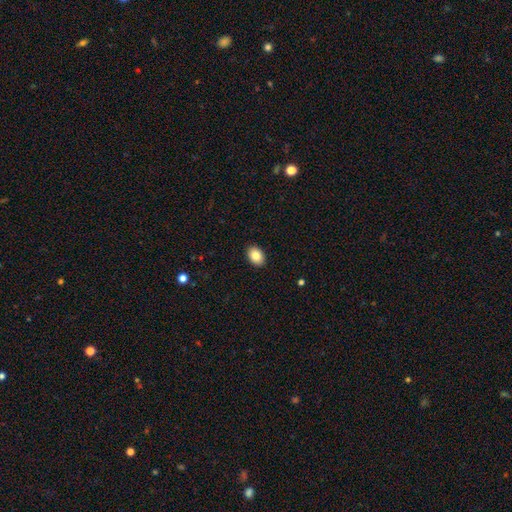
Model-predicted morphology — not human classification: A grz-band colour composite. It shows a smooth galaxy with no disk features (86%) that is in between round and cigar-shaped (81%). Merging: none (91%).